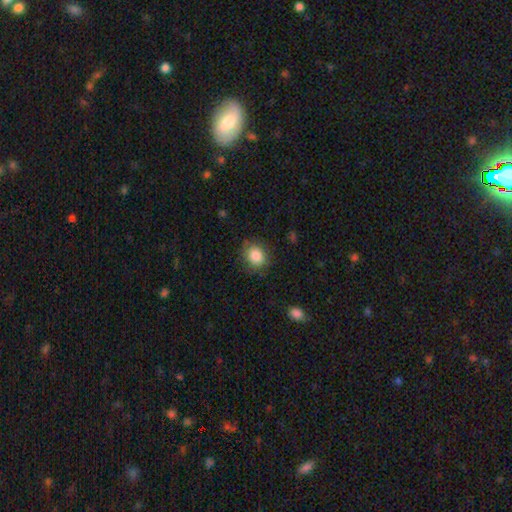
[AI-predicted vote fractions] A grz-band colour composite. It shows a smooth galaxy with no disk features (84%) that is round (72%). Merging: none (80%).